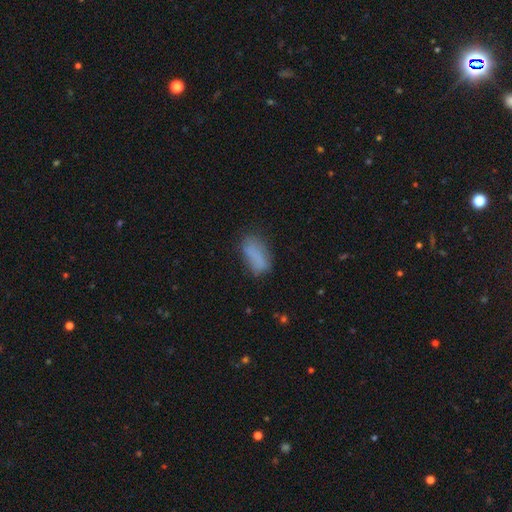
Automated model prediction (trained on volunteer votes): Smooth or featured?
  - smooth: 78% *
  - featured or disk: 12%
  - star or artifact: 10%
How rounded?
  - in between: 84% *
  - cigar-shaped: 12%
  - round: 4%
Merging?
  - none: 61% *
  - minor disturbance: 25%
  - major disturbance: 11%
  - merger: 3%